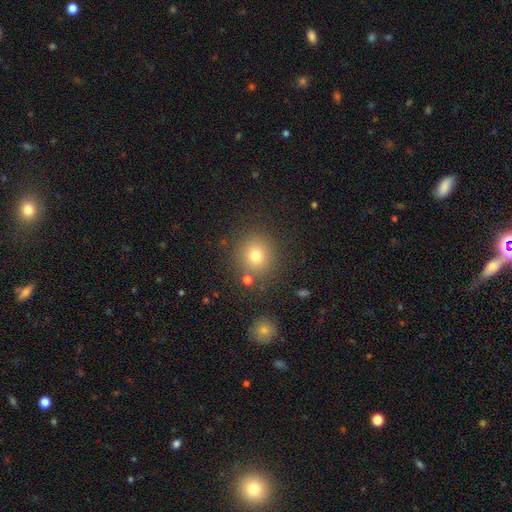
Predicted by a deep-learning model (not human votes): smooth_or_featured: smooth (p=0.75) [alt: star or artifact p=0.15]
how_rounded: round (p=0.91) [alt: in between p=0.08]
merging: none (p=0.83) [alt: minor disturbance p=0.08]